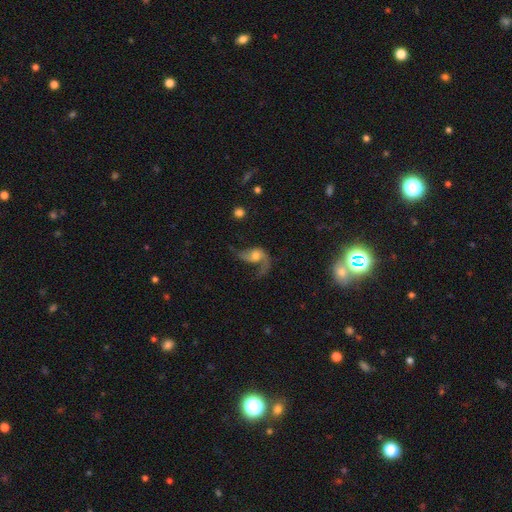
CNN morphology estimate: smooth-or-featured: featured or disk: 77% | smooth: 15% | star or artifact: 8%
  disk-edge-on: no: 97% | yes: 3%
    bar: no: 65% | weak: 27% | strong: 7%
    has-spiral-arms: yes: 92% | no: 8%
      spiral-winding: loose: 77% | medium: 19% | tight: 4%
      spiral-arm-count: 2: 69% | 1: 25% | can't tell: 3% | 3: 1% | 4: 1% | more than 4: 1%
    bulge-size: moderate: 59% | small: 25% | large: 10% | none: 4% | dominant: 2%
  merging: none: 40% | major disturbance: 37% | minor disturbance: 19% | merger: 5%